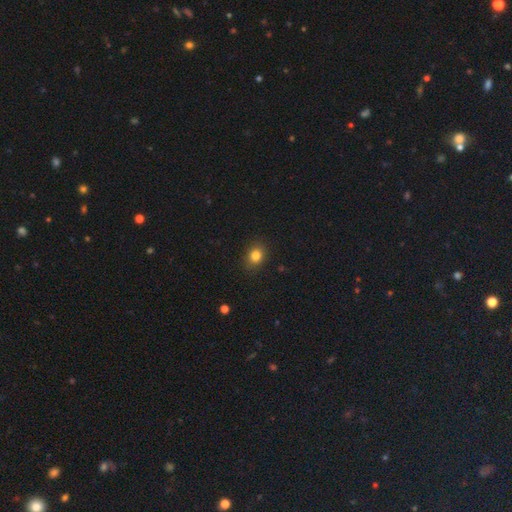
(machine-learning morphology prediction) A smooth galaxy with no disk features (83%) that is round (57%). Merging: none (88%).